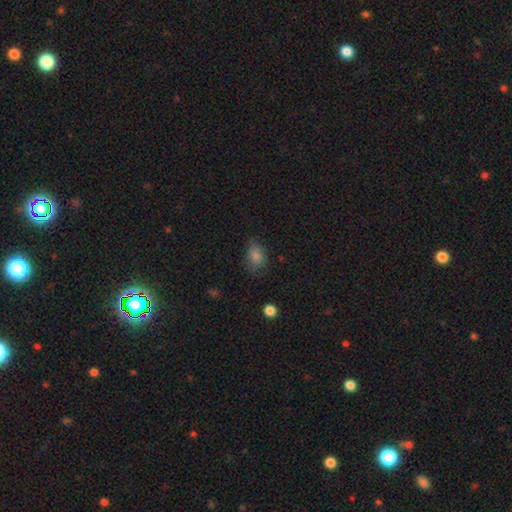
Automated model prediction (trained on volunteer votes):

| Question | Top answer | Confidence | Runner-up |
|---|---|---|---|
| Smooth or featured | smooth | 78% | star or artifact (14%) |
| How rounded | in between | 78% | round (20%) |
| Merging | none | 72% | minor disturbance (21%) |